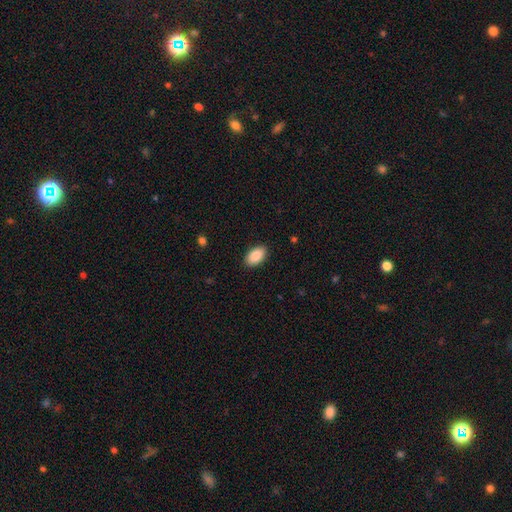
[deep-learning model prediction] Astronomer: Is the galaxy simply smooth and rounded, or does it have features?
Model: smooth — 88%.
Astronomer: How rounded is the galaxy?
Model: in between — 94%.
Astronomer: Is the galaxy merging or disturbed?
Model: none — 89%.